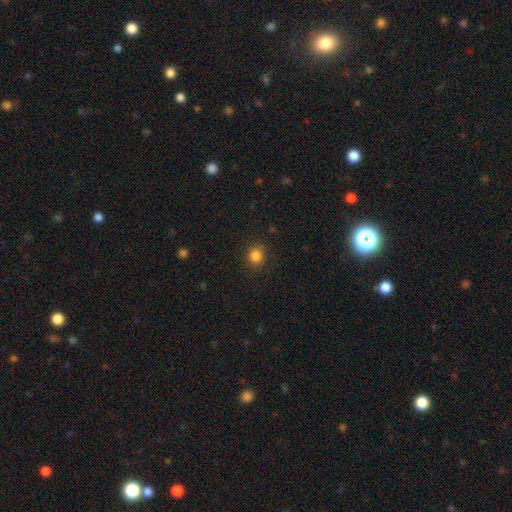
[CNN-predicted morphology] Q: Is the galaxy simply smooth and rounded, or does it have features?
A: smooth — 84%.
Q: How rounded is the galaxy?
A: round — 86%.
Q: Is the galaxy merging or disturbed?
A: none — 86%.